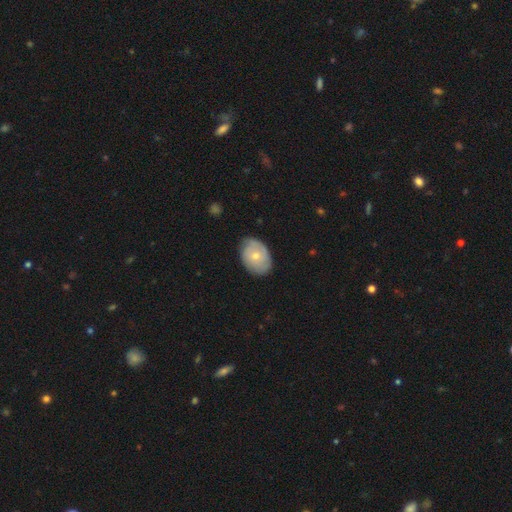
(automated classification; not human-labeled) Smooth or featured? smooth (57%)
How rounded? in between (74%)
Merging? none (74%)